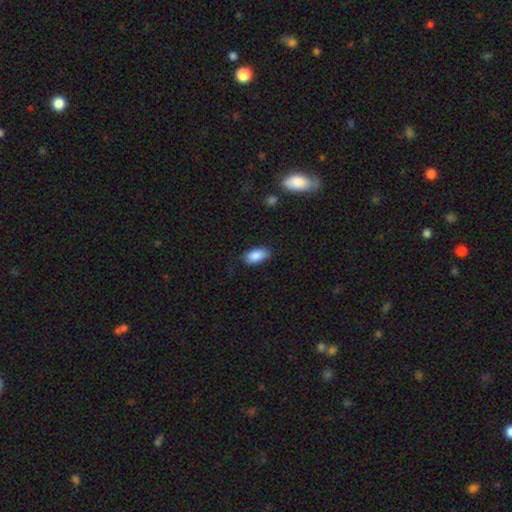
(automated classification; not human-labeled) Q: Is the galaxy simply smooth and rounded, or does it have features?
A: smooth — 88%.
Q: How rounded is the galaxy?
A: in between — 92%.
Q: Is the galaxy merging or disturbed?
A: none — 82%.